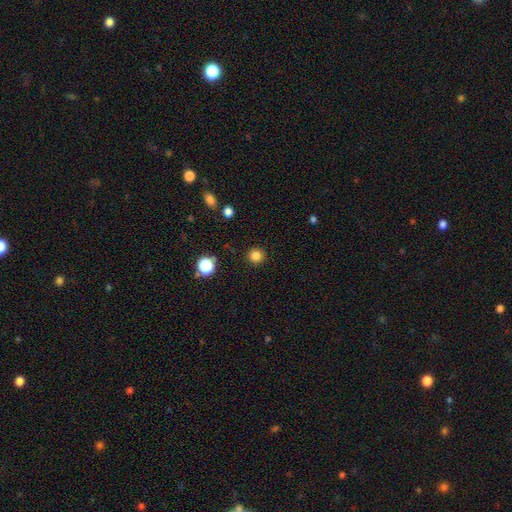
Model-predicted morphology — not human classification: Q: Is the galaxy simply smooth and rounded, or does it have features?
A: smooth — 82%.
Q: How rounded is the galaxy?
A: round — 94%.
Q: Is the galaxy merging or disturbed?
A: none — 91%.